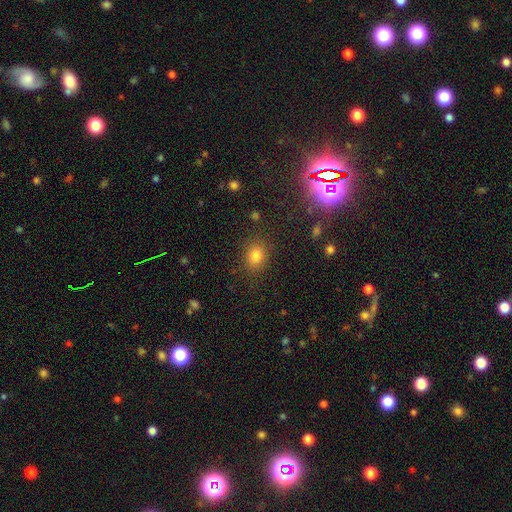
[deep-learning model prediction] smooth_or_featured: smooth (p=0.79) [alt: star or artifact p=0.15]
how_rounded: round (p=0.59) [alt: in between p=0.40]
merging: none (p=0.85) [alt: minor disturbance p=0.10]